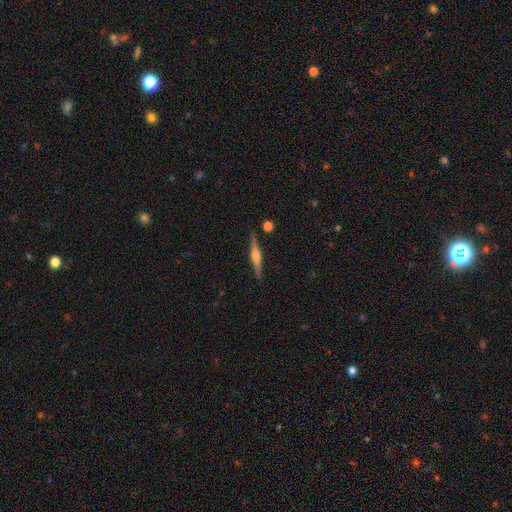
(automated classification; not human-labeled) A featured or disk galaxy (69%) viewed edge-on (98%) with a rounded central bulge (76%).

Vote fractions:
- Smooth or featured? featured or disk: 69% / smooth: 24% / star or artifact: 7%
- Edge-on disk? yes: 98% / no: 2%
- Edge-on bulge? rounded: 76% / boxy: 18% / none: 6%
- Merging? none: 88% / minor disturbance: 8% / merger: 2% / major disturbance: 2%